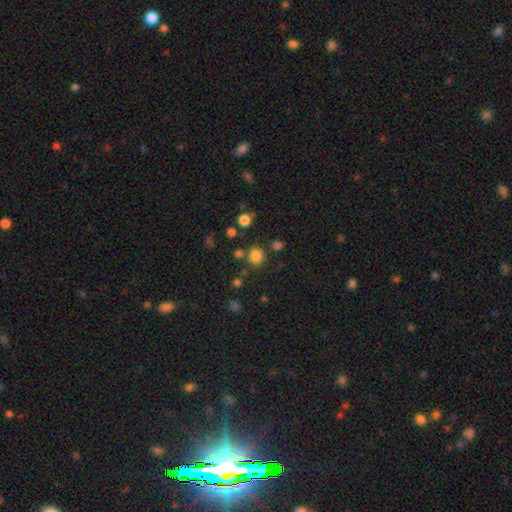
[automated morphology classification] A smooth galaxy with no disk features (80%) that is round (86%).

Vote fractions:
- Smooth or featured? smooth: 80% / star or artifact: 15% / featured or disk: 5%
- How rounded? round: 86% / in between: 13% / cigar-shaped: 1%
- Merging? none: 79% / minor disturbance: 9% / merger: 8% / major disturbance: 4%